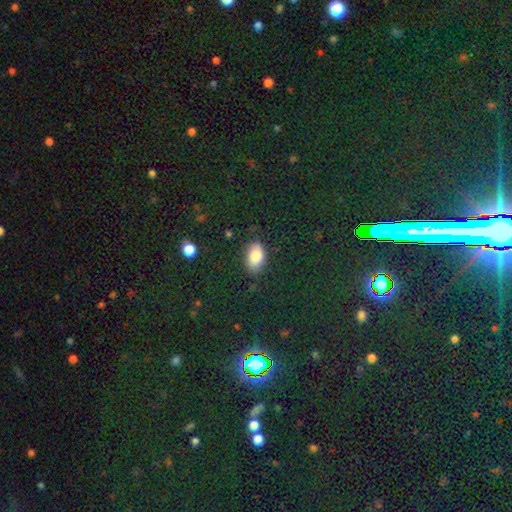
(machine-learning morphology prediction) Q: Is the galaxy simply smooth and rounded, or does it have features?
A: smooth — 82%.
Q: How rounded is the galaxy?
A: in between — 92%.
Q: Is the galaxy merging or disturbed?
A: none — 77%.